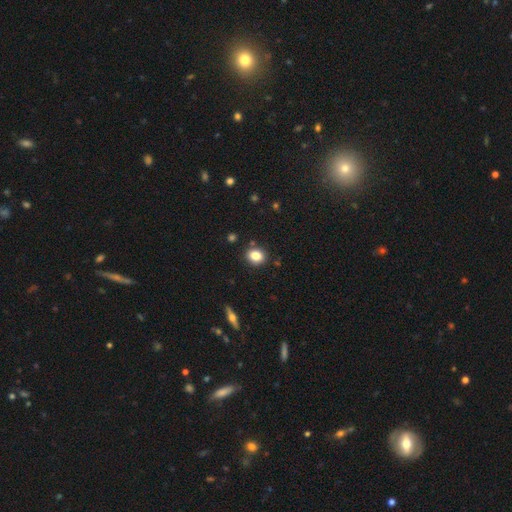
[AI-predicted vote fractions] A smooth galaxy with no disk features (83%) that is round (55%). Merging: none (86%).